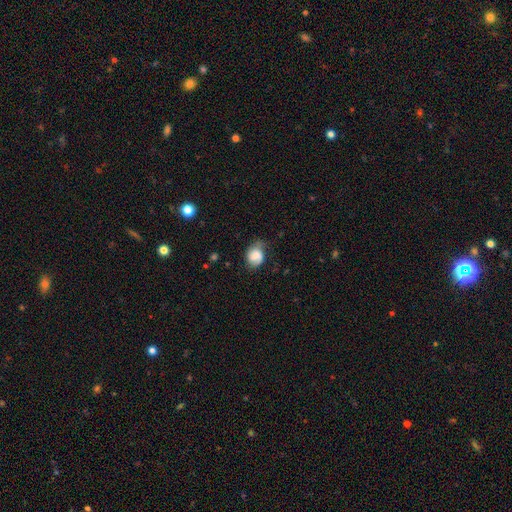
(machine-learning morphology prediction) This appears to be a smooth galaxy with no disk features (66%) that is round (58%). Merging: none (49%).